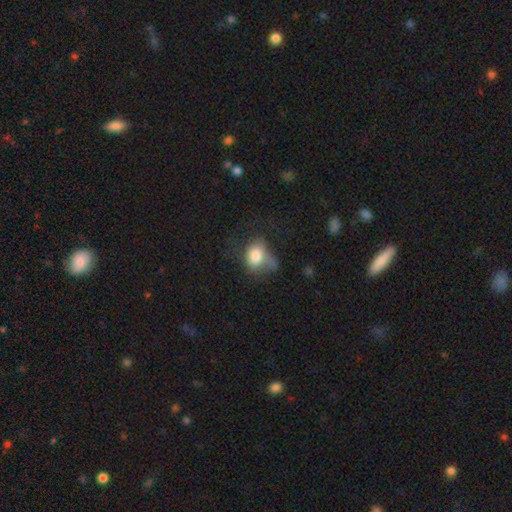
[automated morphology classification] Q: Smooth or featured?
A: smooth (71%); runner-up: featured or disk (19%)
Q: How rounded?
A: in between (65%); runner-up: round (34%)
Q: Merging?
A: major disturbance (38%); runner-up: none (29%)